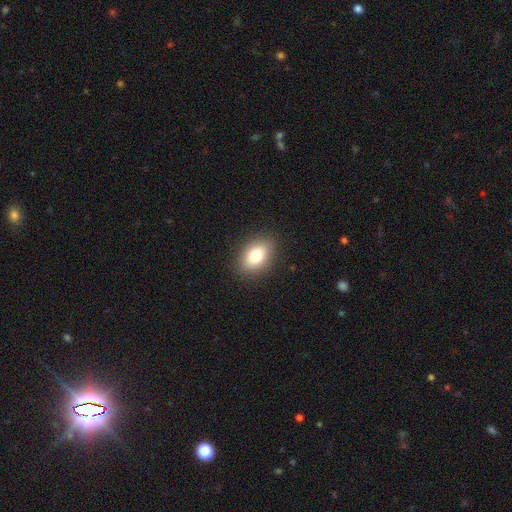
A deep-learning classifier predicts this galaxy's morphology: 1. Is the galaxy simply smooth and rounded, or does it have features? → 80% smooth, 11% featured or disk, 9% star or artifact.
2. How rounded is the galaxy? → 81% in between, 17% round, 2% cigar-shaped.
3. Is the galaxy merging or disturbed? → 88% none, 9% minor disturbance, 3% major disturbance, 1% merger.